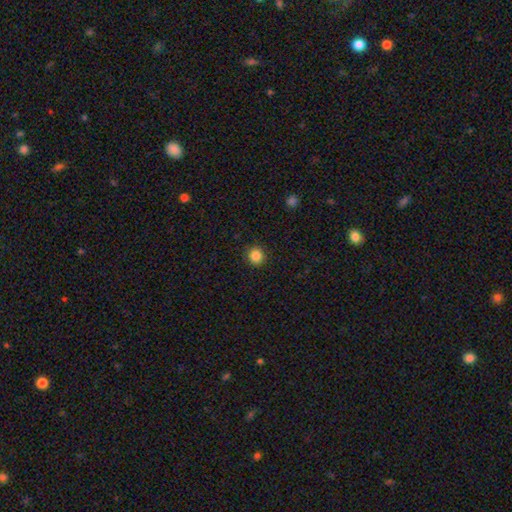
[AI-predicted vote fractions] smooth-or-featured: smooth: 85% | star or artifact: 11% | featured or disk: 4%
  how-rounded: round: 93% | in between: 6% | cigar-shaped: 1%
  merging: none: 92% | minor disturbance: 5% | major disturbance: 2% | merger: 1%